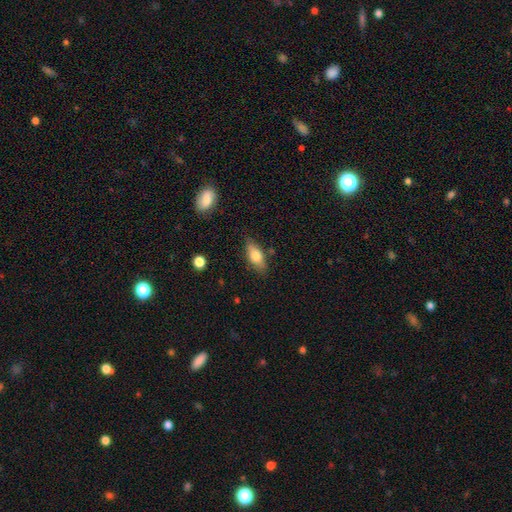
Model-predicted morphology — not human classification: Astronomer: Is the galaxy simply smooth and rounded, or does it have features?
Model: smooth — 72%.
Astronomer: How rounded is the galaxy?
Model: in between — 78%.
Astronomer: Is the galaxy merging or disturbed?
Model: none — 80%.